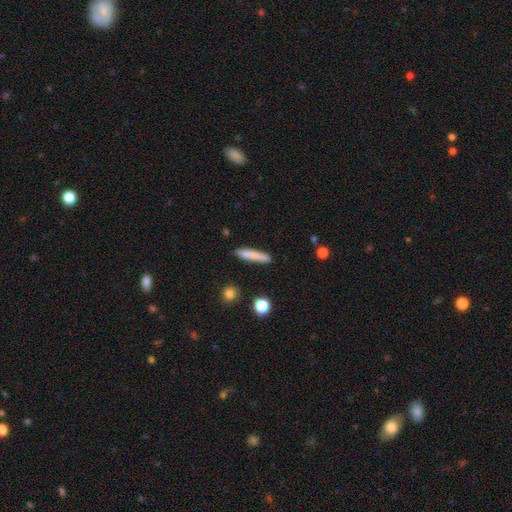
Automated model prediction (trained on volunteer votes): Smooth or featured: smooth — 77% (featured or disk — 16%)
How rounded: cigar-shaped — 88% (in between — 10%)
Merging: none — 80% (minor disturbance — 13%)